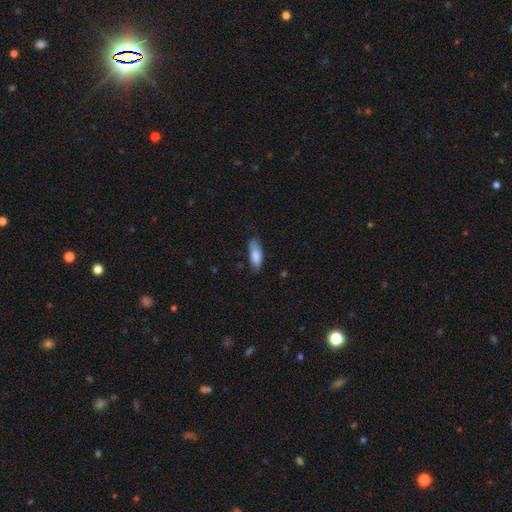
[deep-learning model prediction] Smooth or featured? smooth (83%)
How rounded? in between (63%)
Merging? none (72%)